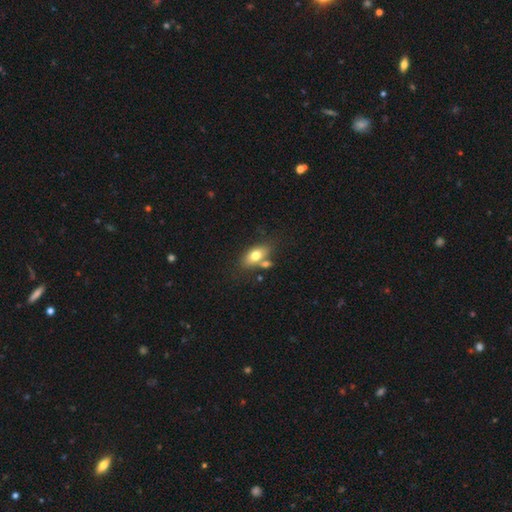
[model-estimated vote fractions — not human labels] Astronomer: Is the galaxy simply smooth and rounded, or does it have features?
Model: smooth — 72%.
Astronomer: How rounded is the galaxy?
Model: in between — 85%.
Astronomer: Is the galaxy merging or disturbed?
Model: none — 58%.